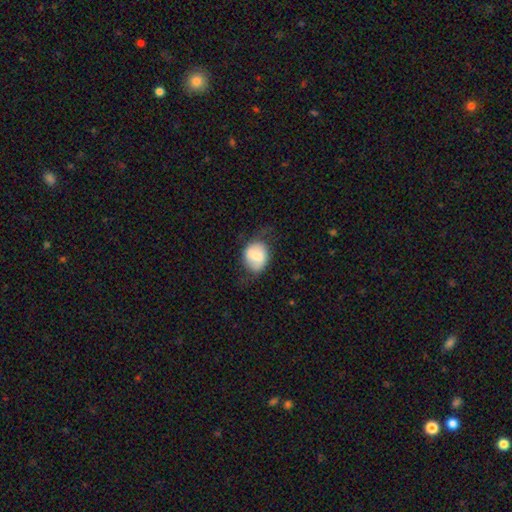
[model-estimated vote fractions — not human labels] Overall: smooth (66%; featured or disk 26%). How rounded: round (60%; in between 39%). Merging: none (57%; minor disturbance 28%).